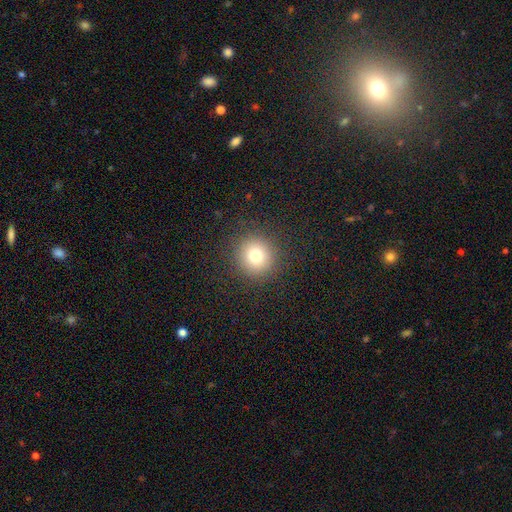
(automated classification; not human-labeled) Q: Smooth or featured?
A: smooth (76%); runner-up: star or artifact (14%)
Q: How rounded?
A: round (94%); runner-up: in between (5%)
Q: Merging?
A: none (90%); runner-up: minor disturbance (6%)